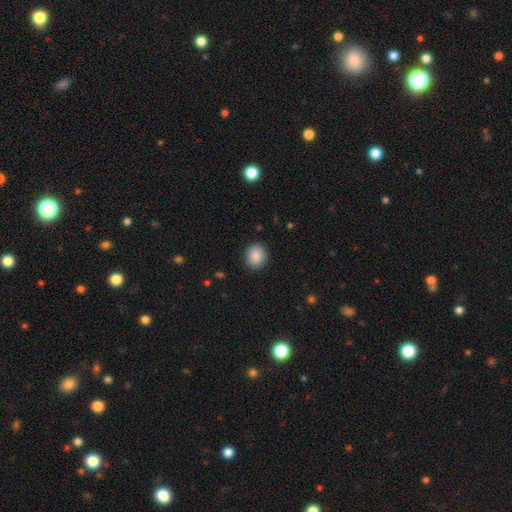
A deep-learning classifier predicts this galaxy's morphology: This is clearly a smooth galaxy (89%). How rounded: likely round (73%). Merging: clearly none (89%).